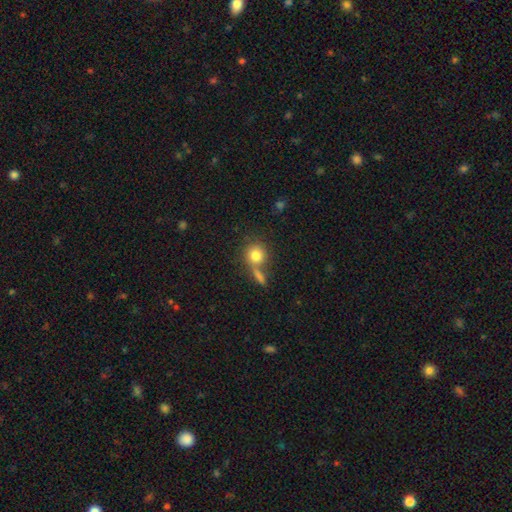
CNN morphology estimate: type=smooth (80%); roundness=round (86%); merging=none (55%).